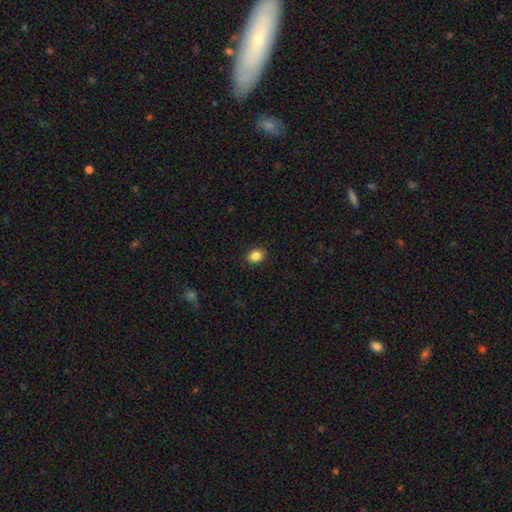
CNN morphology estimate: Smooth or featured?
  - smooth: 86% *
  - star or artifact: 10%
  - featured or disk: 4%
How rounded?
  - in between: 51% *
  - round: 49%
  - cigar-shaped: 1%
Merging?
  - none: 90% *
  - minor disturbance: 7%
  - major disturbance: 2%
  - merger: 1%